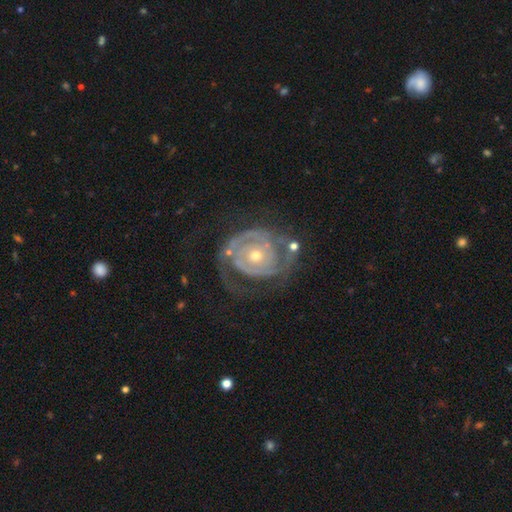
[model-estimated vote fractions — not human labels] This is clearly a featured or disk galaxy (88%). It is clearly not viewed edge-on (98%). Bar: likely no (79%). Spiral arm pattern: clearly yes (94%). Spiral arm count: possibly 2 (56%). Spiral winding: likely tight (72%). Central bulge: possibly moderate (50%). Merging: possibly none (59%).